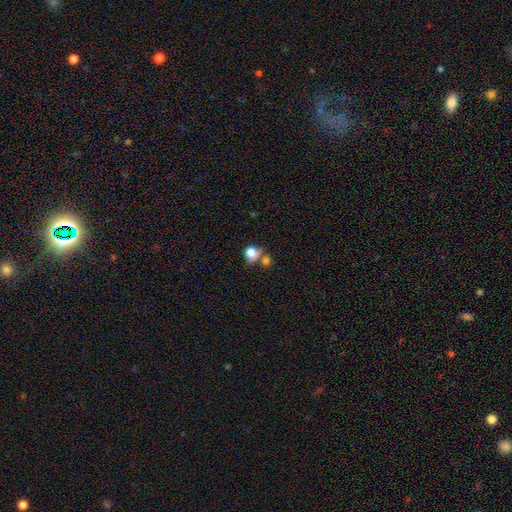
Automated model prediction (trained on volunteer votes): The model was most divided on "merging": none: 57%, merger: 28%, minor disturbance: 9%, major disturbance: 5%. More confident: how rounded — round (82%); smooth or featured — smooth (62%).